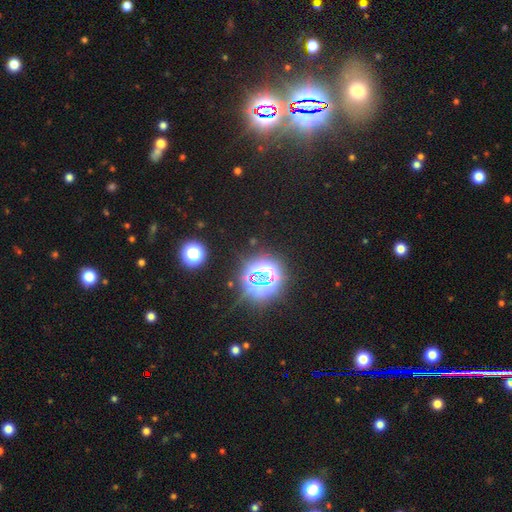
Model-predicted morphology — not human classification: The model was most divided on "smooth or featured": star or artifact: 77%, smooth: 15%, featured or disk: 8%.